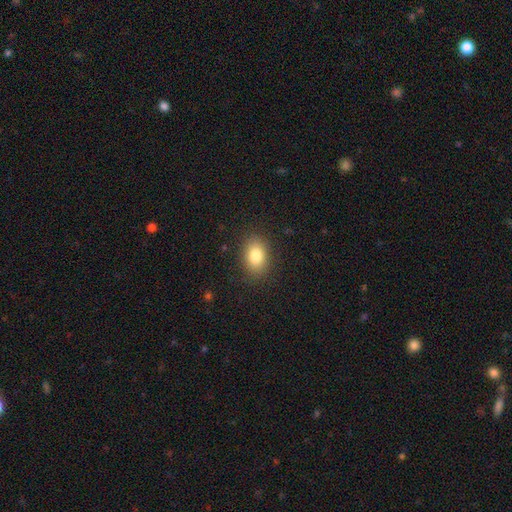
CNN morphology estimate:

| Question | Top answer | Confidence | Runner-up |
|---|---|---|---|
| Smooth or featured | smooth | 82% | star or artifact (9%) |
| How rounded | in between | 78% | round (21%) |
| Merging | none | 87% | minor disturbance (9%) |